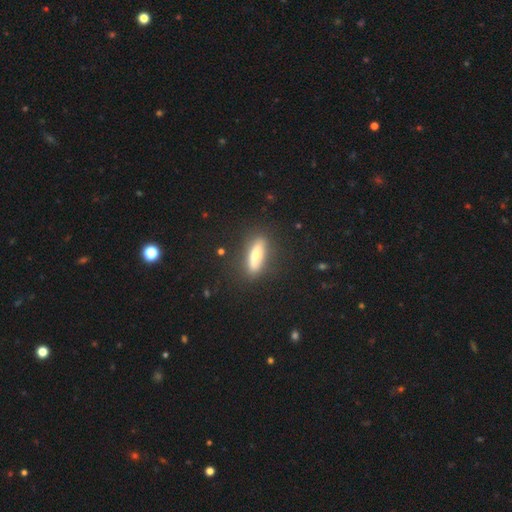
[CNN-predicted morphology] smooth_or_featured: smooth (p=0.61) [alt: featured or disk p=0.32]
how_rounded: cigar-shaped (p=0.60) [alt: in between p=0.37]
merging: none (p=0.84) [alt: minor disturbance p=0.11]